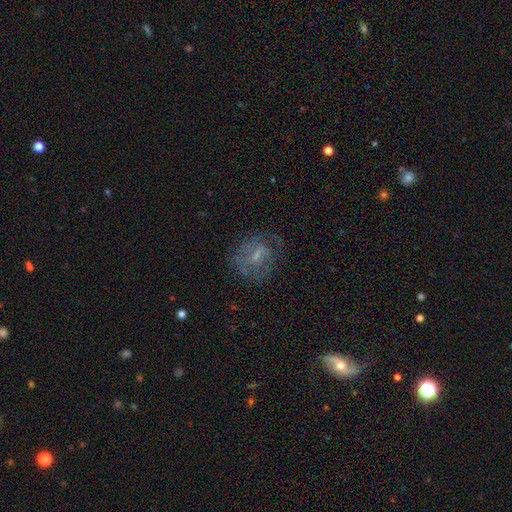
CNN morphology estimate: A featured or disk galaxy (56%) with a weak bar (49%), spiral arms (61%) and a small central bulge (50%). Merging: none (58%).